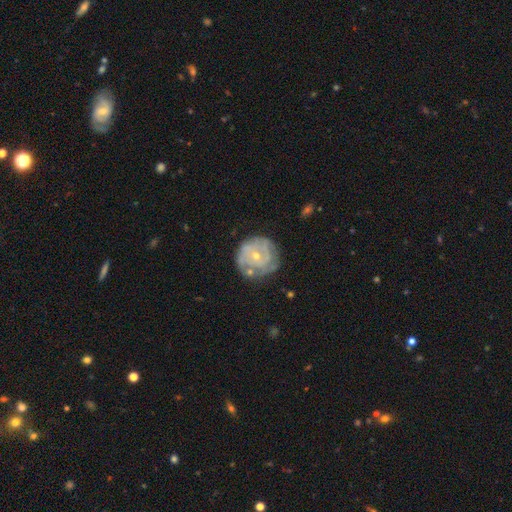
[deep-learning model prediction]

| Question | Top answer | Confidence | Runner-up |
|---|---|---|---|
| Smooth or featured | featured or disk | 69% | smooth (24%) |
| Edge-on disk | no | 98% | yes (2%) |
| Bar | no | 76% | weak (20%) |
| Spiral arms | yes | 68% | no (32%) |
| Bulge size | small | 59% | moderate (38%) |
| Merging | none | 65% | minor disturbance (22%) |